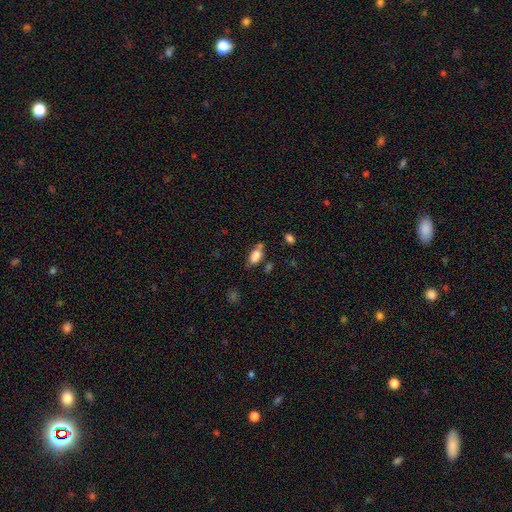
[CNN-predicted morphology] Q: Smooth or featured?
A: smooth (81%); runner-up: featured or disk (10%)
Q: How rounded?
A: in between (87%); runner-up: cigar-shaped (10%)
Q: Merging?
A: none (59%); runner-up: minor disturbance (22%)